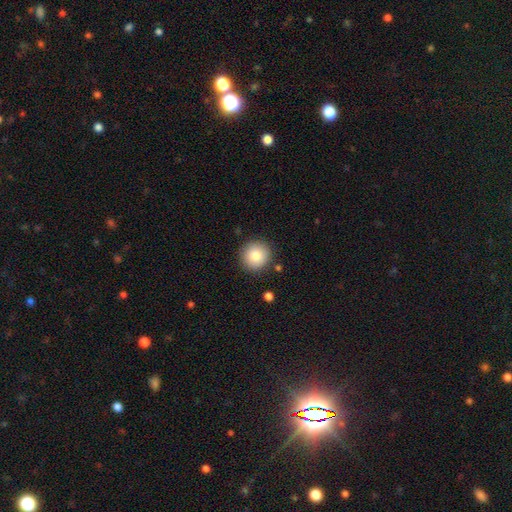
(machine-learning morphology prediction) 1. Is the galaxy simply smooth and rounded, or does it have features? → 83% smooth, 9% star or artifact, 9% featured or disk.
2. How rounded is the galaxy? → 94% round, 5% in between, 1% cigar-shaped.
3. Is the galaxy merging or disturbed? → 89% none, 7% minor disturbance, 2% major disturbance, 2% merger.